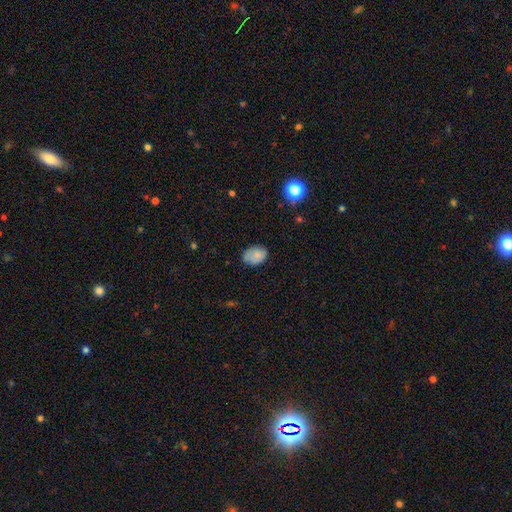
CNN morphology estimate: The model was most divided on "merging": none: 69%, minor disturbance: 24%, major disturbance: 5%, merger: 2%. More confident: how rounded — in between (80%); smooth or featured — smooth (79%).